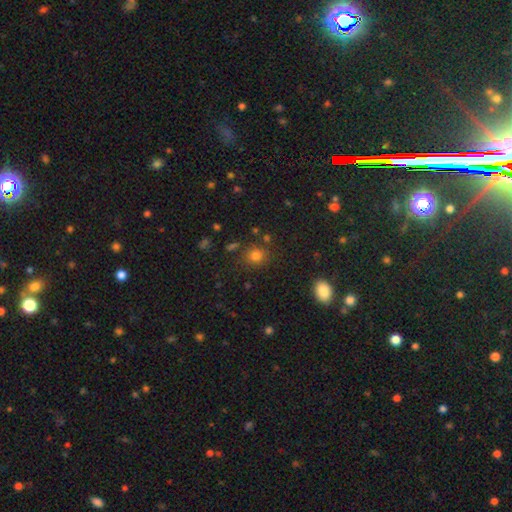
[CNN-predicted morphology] Overall: smooth (76%). How rounded: round (81%). Merging: none (80%).